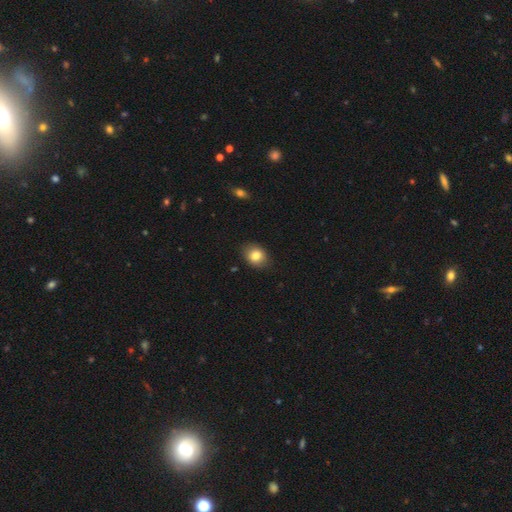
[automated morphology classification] smooth 83%, star or artifact 9%, featured or disk 8%. Down the decision tree: how rounded — in between (52%); merging — none (85%).